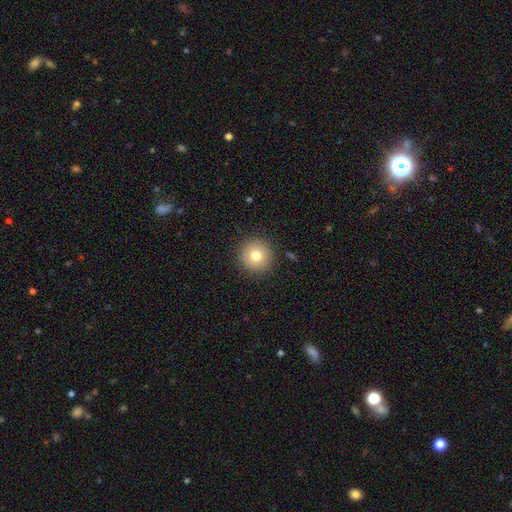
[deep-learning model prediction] Q: Smooth or featured?
A: smooth (77%); runner-up: featured or disk (12%)
Q: How rounded?
A: round (95%); runner-up: in between (4%)
Q: Merging?
A: none (91%); runner-up: minor disturbance (6%)